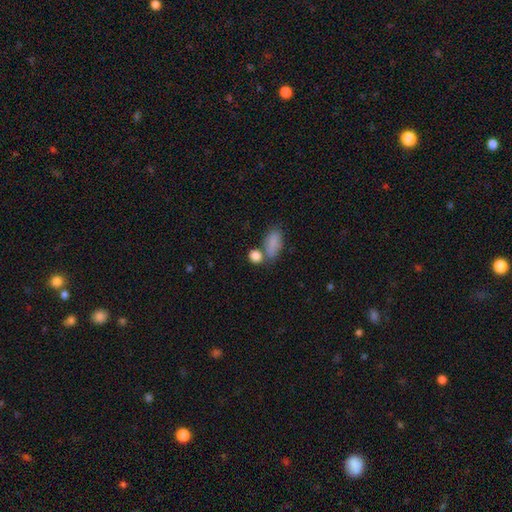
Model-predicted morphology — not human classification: Smooth or featured: smooth — 85% (star or artifact — 9%)
How rounded: in between — 57% (round — 40%)
Merging: none — 50% (merger — 32%)